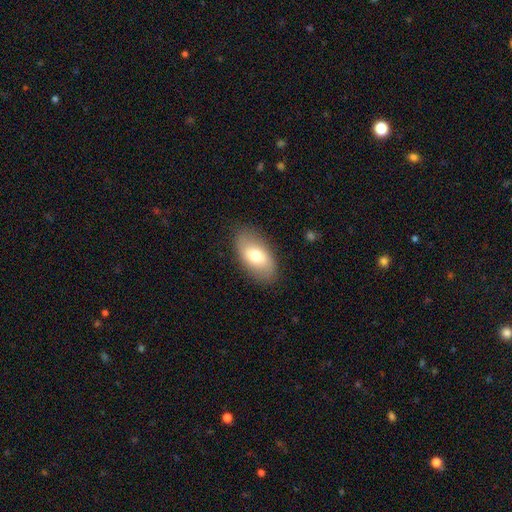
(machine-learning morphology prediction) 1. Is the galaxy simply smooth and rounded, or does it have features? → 69% smooth, 25% featured or disk, 7% star or artifact.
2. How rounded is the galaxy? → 93% in between, 5% round, 2% cigar-shaped.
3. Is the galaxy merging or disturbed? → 84% none, 12% minor disturbance, 3% major disturbance, 1% merger.